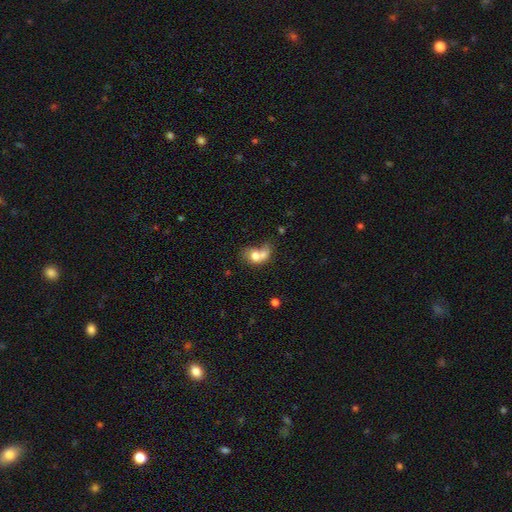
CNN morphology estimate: Smooth or featured?
  - smooth: 68% *
  - featured or disk: 22%
  - star or artifact: 9%
How rounded?
  - in between: 58% *
  - round: 41%
  - cigar-shaped: 2%
Merging?
  - merger: 64% *
  - none: 16%
  - major disturbance: 11%
  - minor disturbance: 9%